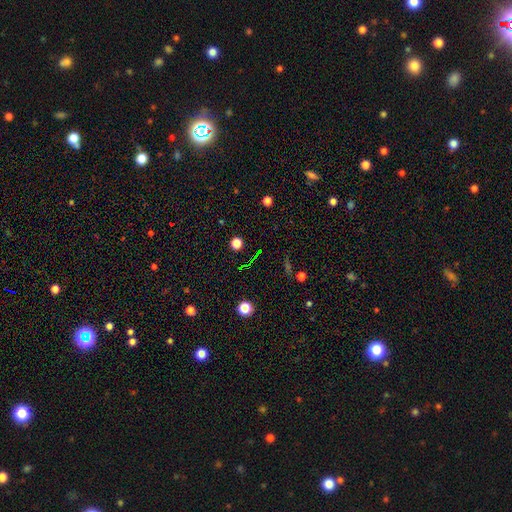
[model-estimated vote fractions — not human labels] Overall: star or artifact (58%; smooth 29%).